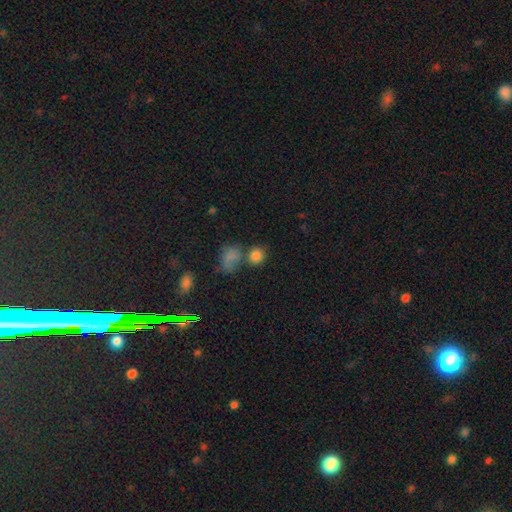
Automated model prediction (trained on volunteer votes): Smooth or featured? smooth (82%)
How rounded? round (81%)
Merging? none (56%)